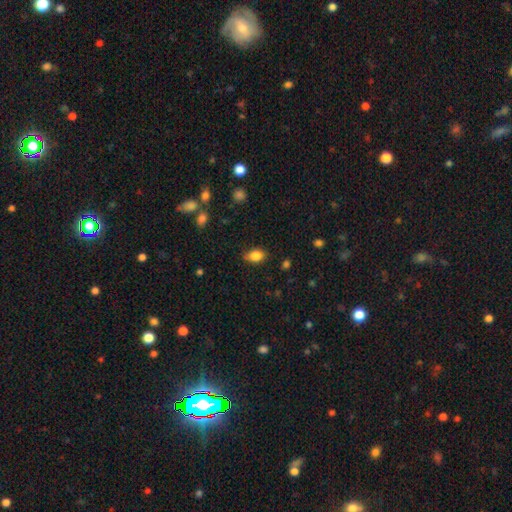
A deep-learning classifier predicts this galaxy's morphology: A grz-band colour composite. It shows a smooth galaxy with no disk features (84%) that is in between round and cigar-shaped (81%). Merging: none (77%).